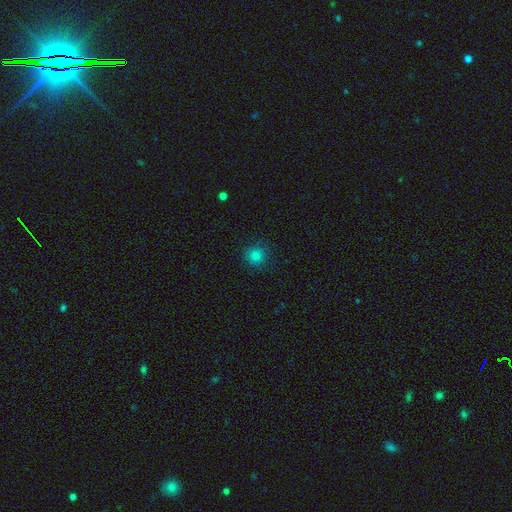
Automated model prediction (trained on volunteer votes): smooth 83%, star or artifact 13%, featured or disk 4%. Down the decision tree: how rounded — round (93%); merging — none (88%).